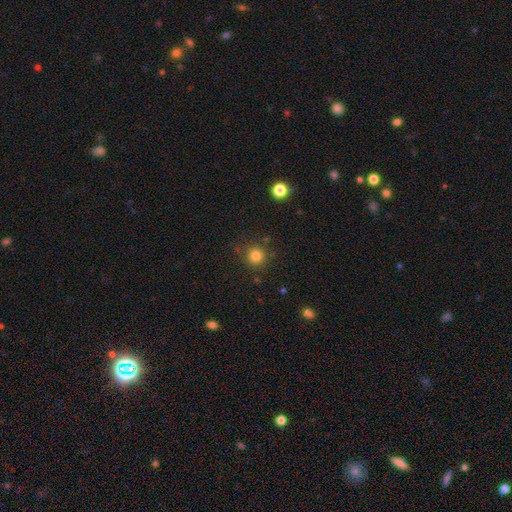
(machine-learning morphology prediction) smooth 82%, star or artifact 13%, featured or disk 5%. Down the decision tree: how rounded — round (93%); merging — none (85%).